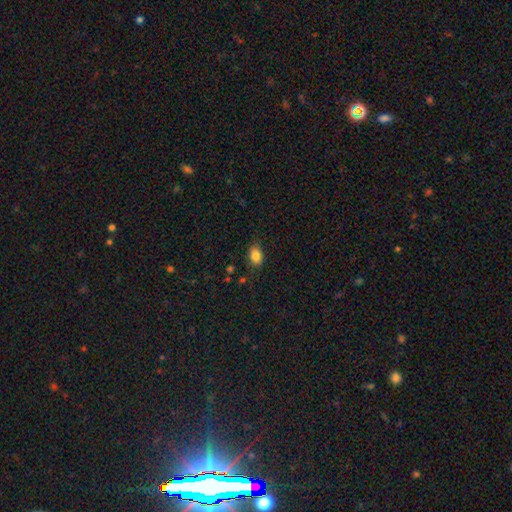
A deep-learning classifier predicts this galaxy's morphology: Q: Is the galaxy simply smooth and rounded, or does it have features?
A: smooth — 85%.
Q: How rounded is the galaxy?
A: in between — 84%.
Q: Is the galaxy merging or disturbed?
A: none — 83%.